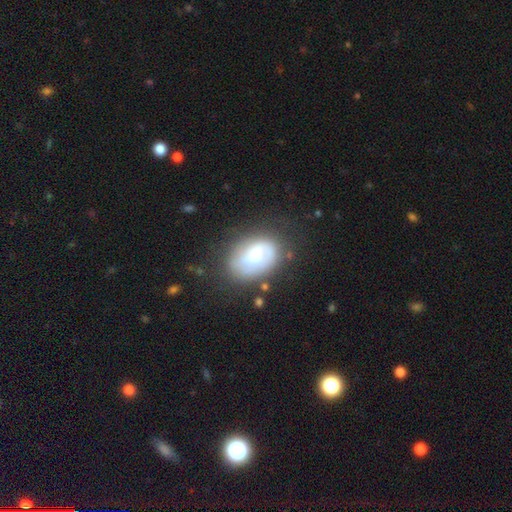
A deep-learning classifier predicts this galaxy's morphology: A smooth galaxy with no disk features (47%). Merging: none (56%).